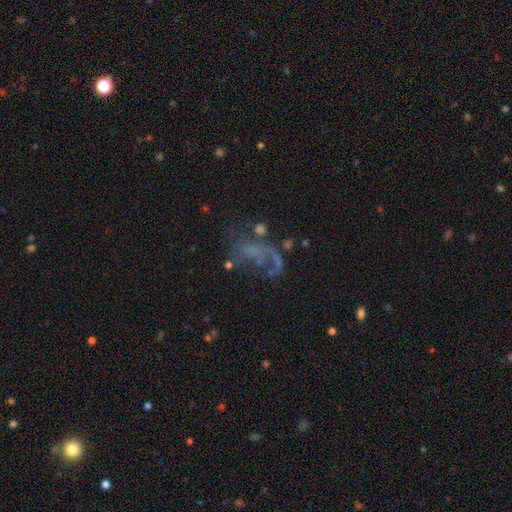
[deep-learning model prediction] The model was most divided on "merging": none: 39%, major disturbance: 34%, minor disturbance: 15%, merger: 12%. Remaining: smooth or featured — featured or disk (47%).